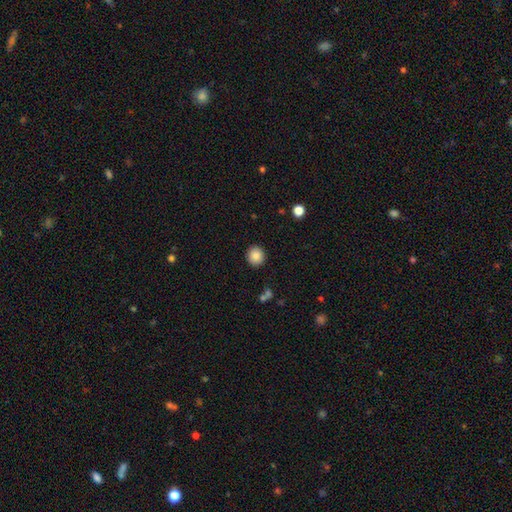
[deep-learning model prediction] A smooth galaxy with no disk features (86%) that is round (89%).

Vote fractions:
- Smooth or featured? smooth: 86% / star or artifact: 9% / featured or disk: 5%
- How rounded? round: 89% / in between: 10% / cigar-shaped: 1%
- Merging? none: 91% / minor disturbance: 6% / major disturbance: 2% / merger: 1%